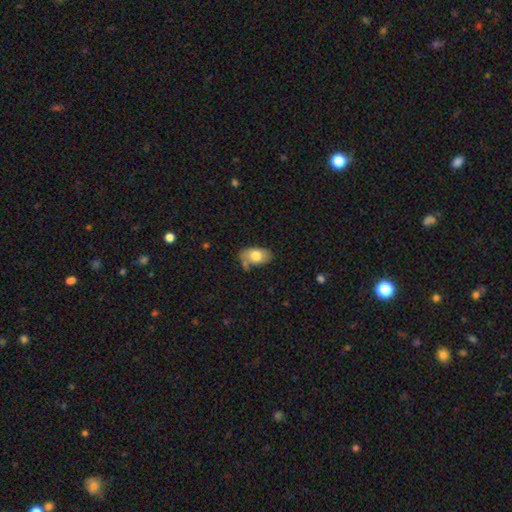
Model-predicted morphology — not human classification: A smooth galaxy with no disk features (75%) that is in between round and cigar-shaped (90%). Merging: none (59%).